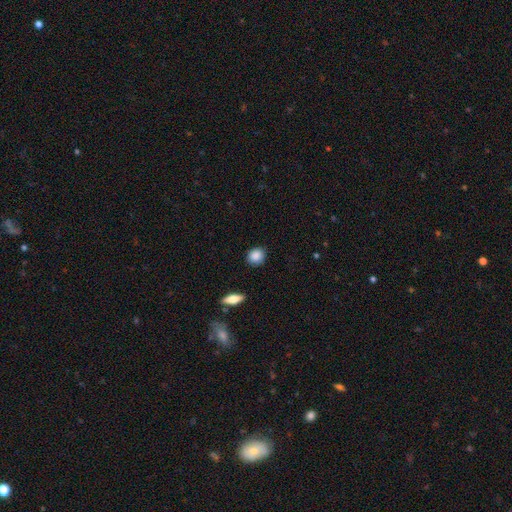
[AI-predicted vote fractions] smooth 88%, star or artifact 8%, featured or disk 4%. Down the decision tree: how rounded — round (78%); merging — none (86%).